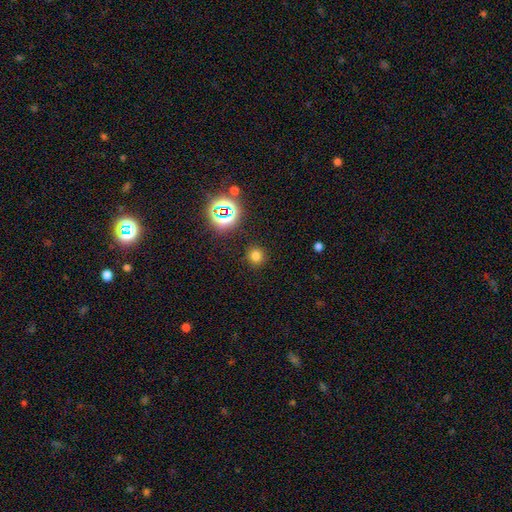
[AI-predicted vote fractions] A smooth galaxy with no disk features (73%) that is round (92%). Merging: none (89%).